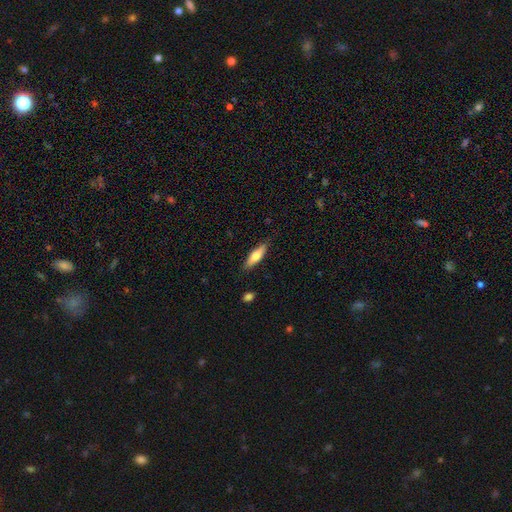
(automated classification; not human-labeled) Smooth or featured? Predicted: smooth (p=0.63). How rounded? Predicted: cigar-shaped (p=0.57). Merging? Predicted: none (p=0.85).